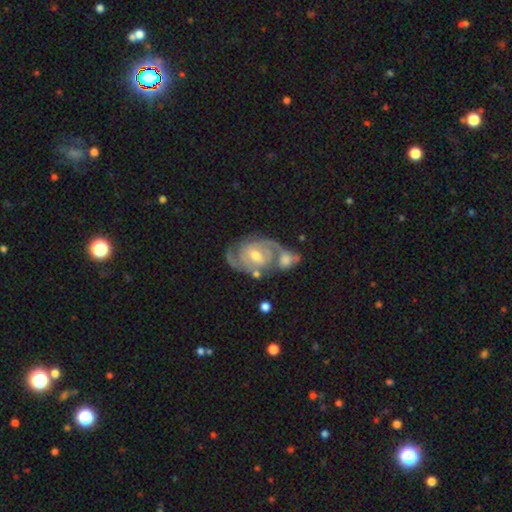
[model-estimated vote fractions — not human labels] Q: Smooth or featured?
A: featured or disk (88%); runner-up: smooth (7%)
Q: Edge-on disk?
A: no (97%); runner-up: yes (3%)
Q: Bar?
A: weak (45%); runner-up: no (37%)
Q: Spiral arms?
A: yes (96%); runner-up: no (4%)
Q: Spiral winding?
A: tight (49%); runner-up: medium (42%)
Q: Spiral arm count?
A: 2 (85%); runner-up: can't tell (6%)
Q: Bulge size?
A: moderate (63%); runner-up: small (31%)
Q: Merging?
A: none (52%); runner-up: merger (29%)